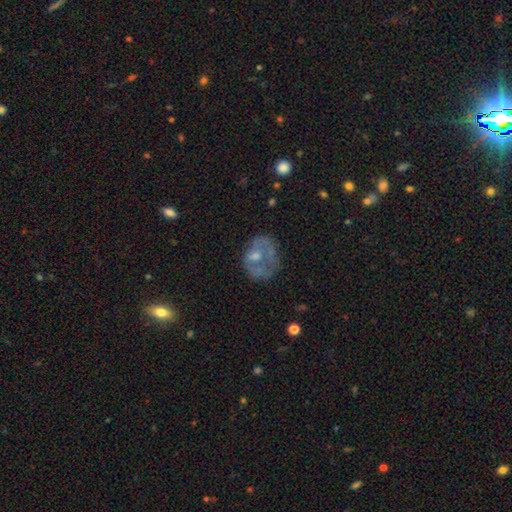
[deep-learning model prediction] Smooth or featured: featured or disk — 53% (smooth — 36%)
Edge-on disk: no — 97% (yes — 3%)
Bar: no — 83% (weak — 14%)
Spiral arms: no — 77% (yes — 23%)
Bulge size: moderate — 50% (small — 30%)
Merging: none — 47% (major disturbance — 25%)